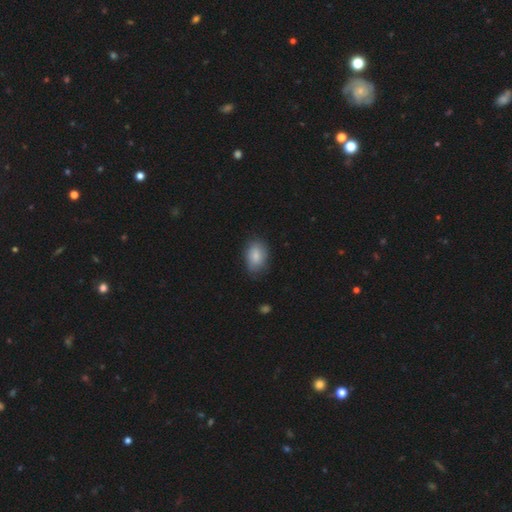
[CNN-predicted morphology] smooth 83%, featured or disk 10%, star or artifact 7%. Down the decision tree: how rounded — in between (85%); merging — none (75%).